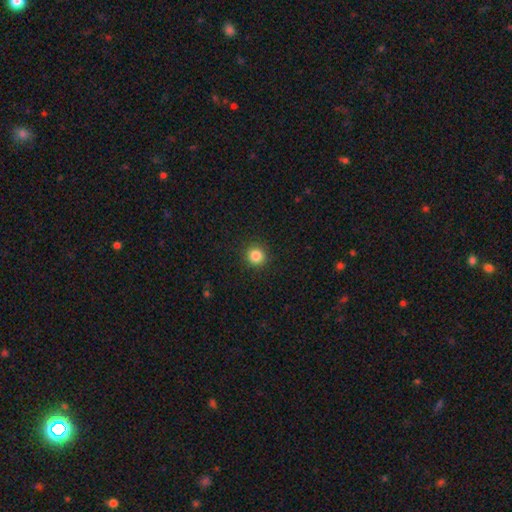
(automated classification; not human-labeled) Smooth or featured? smooth (85%)
How rounded? round (94%)
Merging? none (91%)